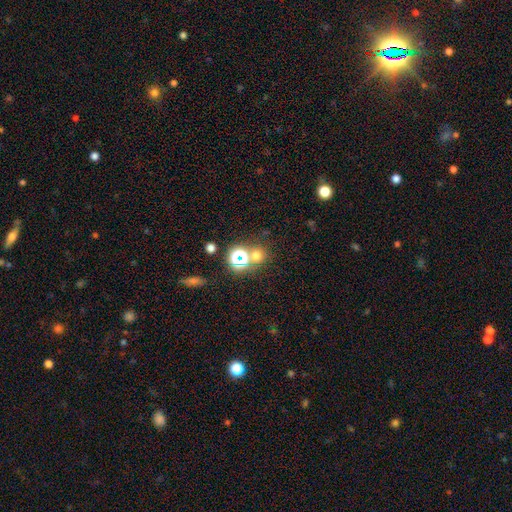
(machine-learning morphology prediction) A smooth galaxy with no disk features (58%) that is round (87%). Merging: none (68%).